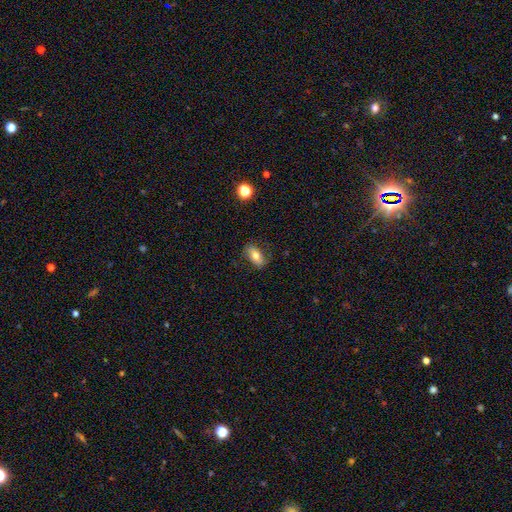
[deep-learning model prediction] A smooth galaxy with no disk features (70%) that is in between round and cigar-shaped (87%).

Vote fractions:
- Smooth or featured? smooth: 70% / featured or disk: 22% / star or artifact: 8%
- How rounded? in between: 87% / cigar-shaped: 7% / round: 6%
- Merging? none: 80% / minor disturbance: 15% / major disturbance: 4% / merger: 1%